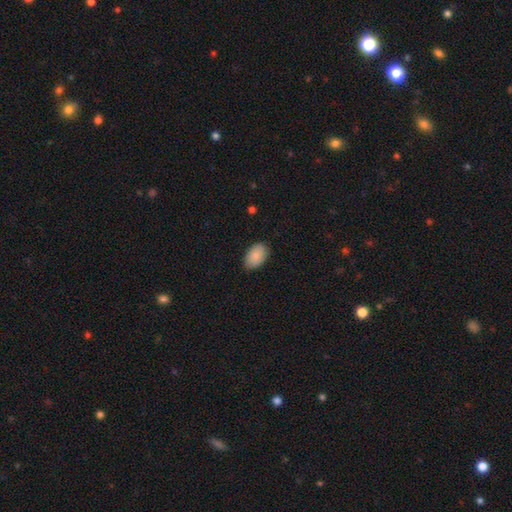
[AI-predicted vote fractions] smooth_or_featured: smooth (p=0.88) [alt: star or artifact p=0.06]
how_rounded: in between (p=0.92) [alt: round p=0.07]
merging: none (p=0.79) [alt: minor disturbance p=0.17]